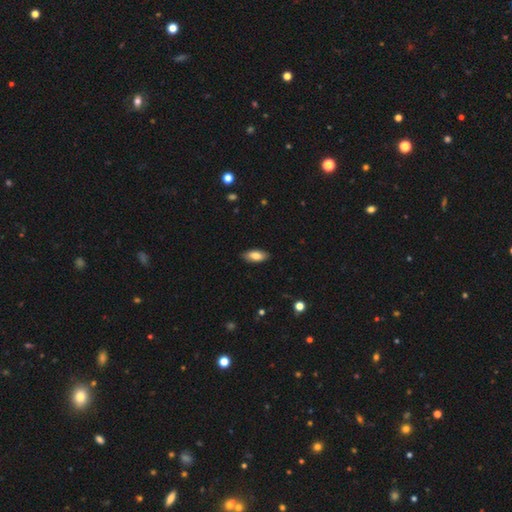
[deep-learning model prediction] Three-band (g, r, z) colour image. It shows a smooth galaxy with no disk features (79%) that is in between round and cigar-shaped (86%). Merging: none (87%).